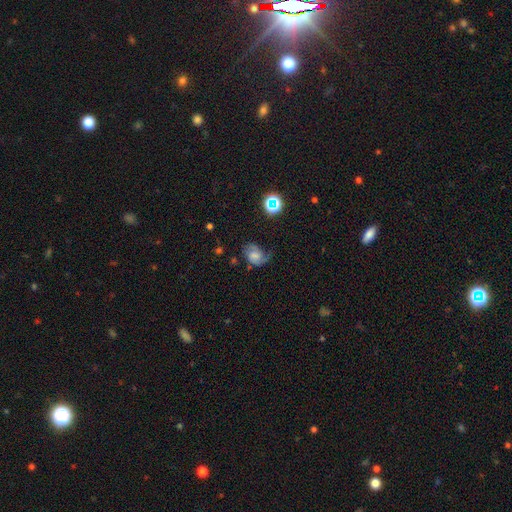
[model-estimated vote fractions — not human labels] Smooth or featured: featured or disk — 49% (smooth — 38%)
Merging: none — 42% (minor disturbance — 31%)